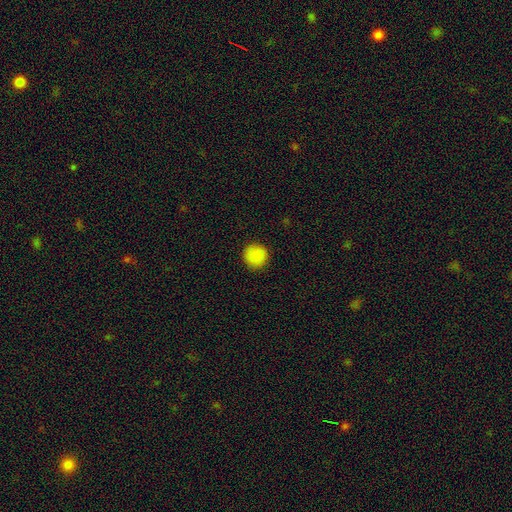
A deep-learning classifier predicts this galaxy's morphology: Overall: smooth (89%). How rounded: round (94%). Merging: none (92%).